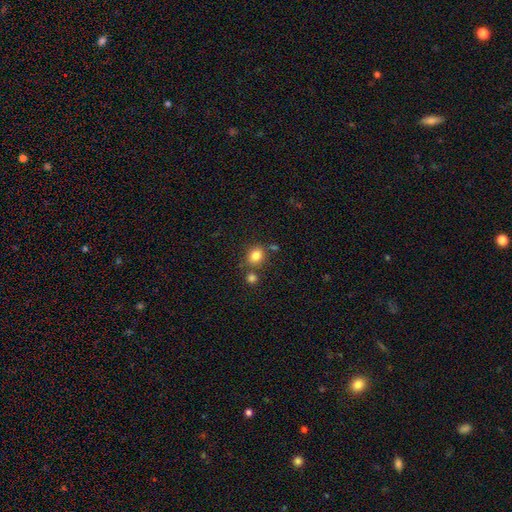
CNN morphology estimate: Smooth or featured: smooth — 82% (star or artifact — 11%)
How rounded: round — 60% (in between — 39%)
Merging: none — 70% (merger — 15%)